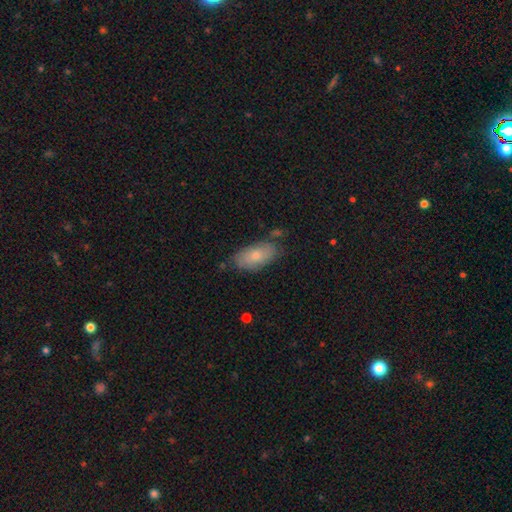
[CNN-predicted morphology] smooth 73%, featured or disk 21%, star or artifact 7%. Down the decision tree: how rounded — in between (91%); merging — none (69%).